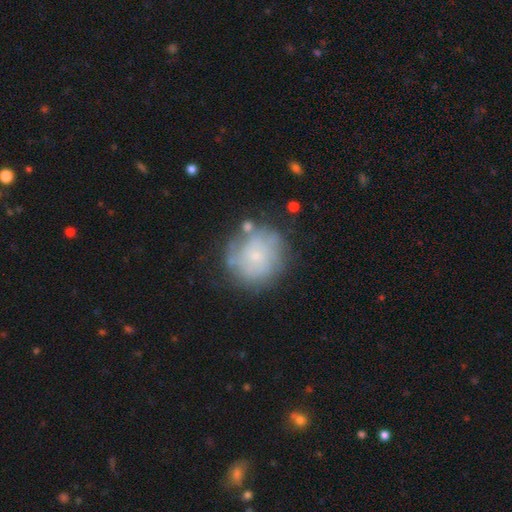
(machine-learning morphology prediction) Smooth or featured? Predicted: featured or disk (p=0.47). Merging? Predicted: none (p=0.67).